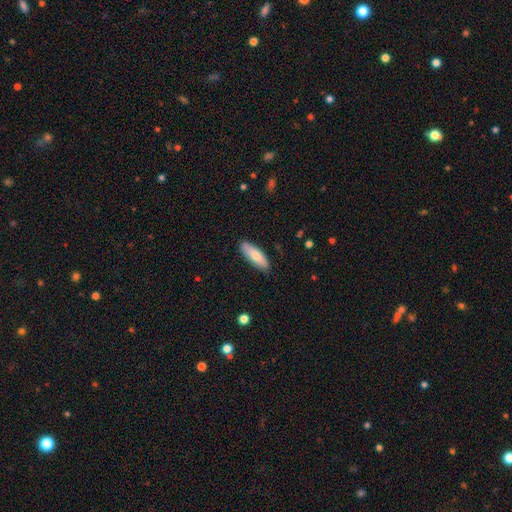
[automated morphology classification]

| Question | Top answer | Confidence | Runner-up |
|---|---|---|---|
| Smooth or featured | smooth | 73% | featured or disk (21%) |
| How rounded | in between | 57% | cigar-shaped (41%) |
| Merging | none | 85% | minor disturbance (12%) |